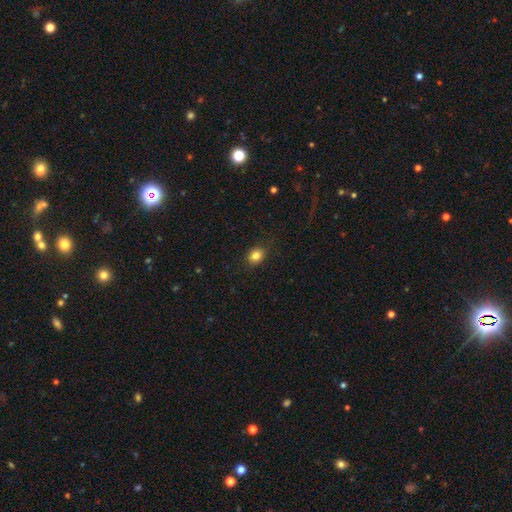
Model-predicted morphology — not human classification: Q: Smooth or featured?
A: smooth (83%); runner-up: star or artifact (11%)
Q: How rounded?
A: round (61%); runner-up: in between (38%)
Q: Merging?
A: none (86%); runner-up: minor disturbance (11%)